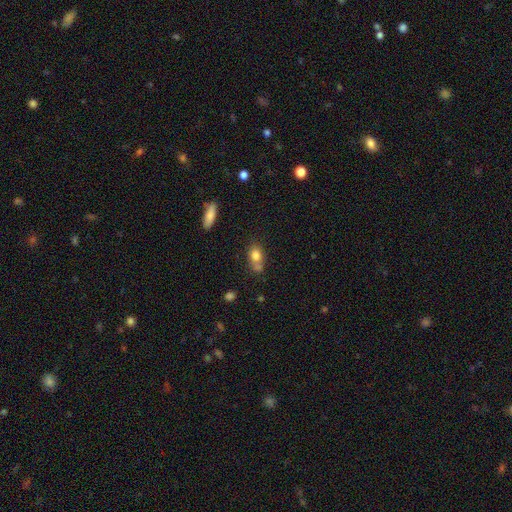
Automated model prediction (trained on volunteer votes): This is likely a smooth galaxy (79%). How rounded: likely in between (63%). Merging: marginally none (44%).